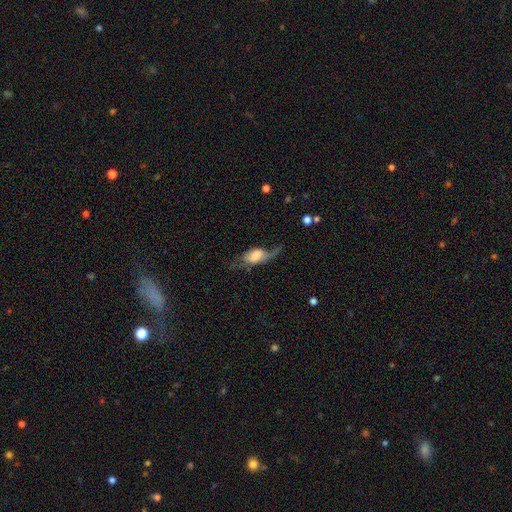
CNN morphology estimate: This is possibly a featured or disk galaxy (49%). Merging: marginally major disturbance (44%).